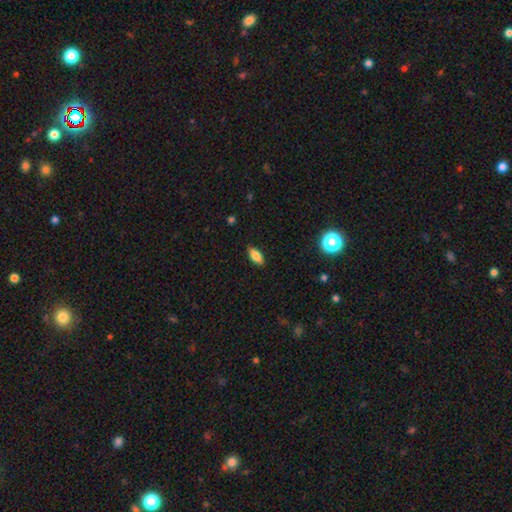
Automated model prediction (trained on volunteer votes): This appears to be a smooth galaxy with no disk features (82%) that is in between round and cigar-shaped (85%). Merging: none (88%).